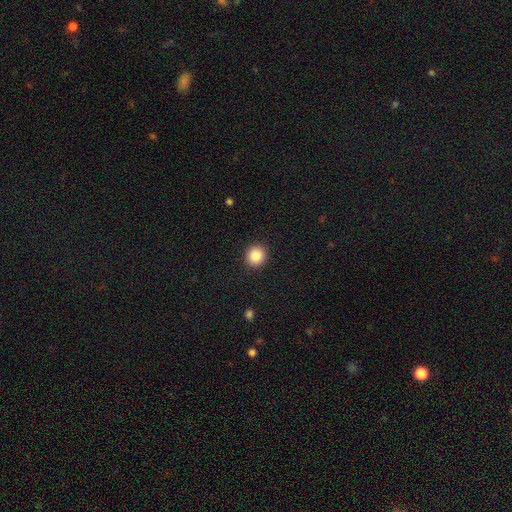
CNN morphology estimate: Smooth or featured? smooth (86%)
How rounded? round (88%)
Merging? none (92%)